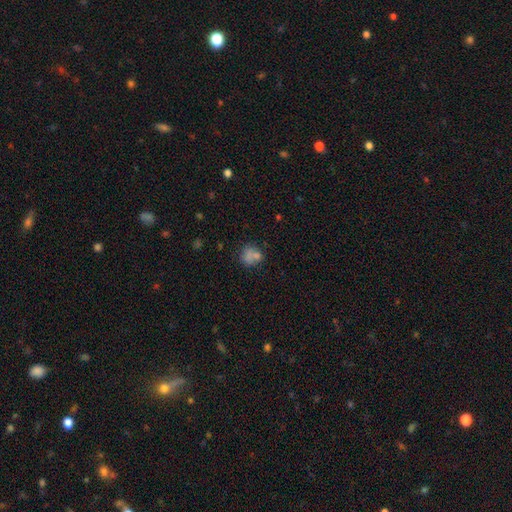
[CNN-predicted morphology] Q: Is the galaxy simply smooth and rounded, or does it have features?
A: smooth — 69%.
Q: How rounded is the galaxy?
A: round — 73%.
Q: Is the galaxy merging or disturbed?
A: none — 54%.